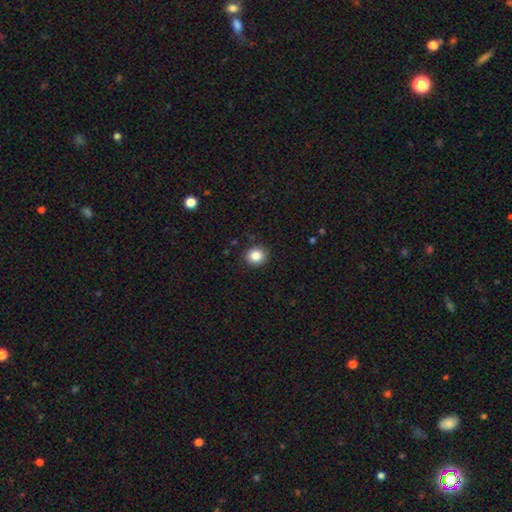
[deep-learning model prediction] This is clearly a smooth galaxy (86%). How rounded: likely round (80%). Merging: clearly none (90%).